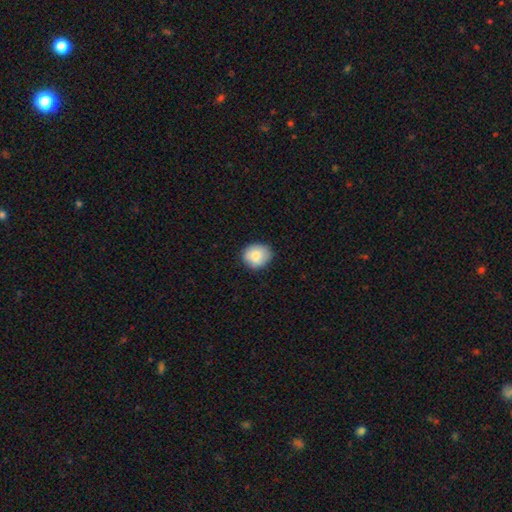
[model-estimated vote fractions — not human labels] smooth-or-featured: smooth: 83% | featured or disk: 9% | star or artifact: 7%
  how-rounded: round: 72% | in between: 27% | cigar-shaped: 1%
  merging: none: 84% | minor disturbance: 13% | major disturbance: 2% | merger: 1%